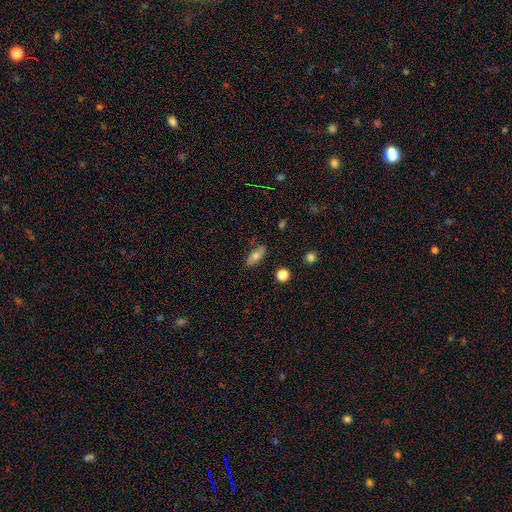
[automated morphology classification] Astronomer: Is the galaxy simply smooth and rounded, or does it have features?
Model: smooth — 68%.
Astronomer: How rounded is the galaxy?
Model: in between — 76%.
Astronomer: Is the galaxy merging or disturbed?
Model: none — 82%.